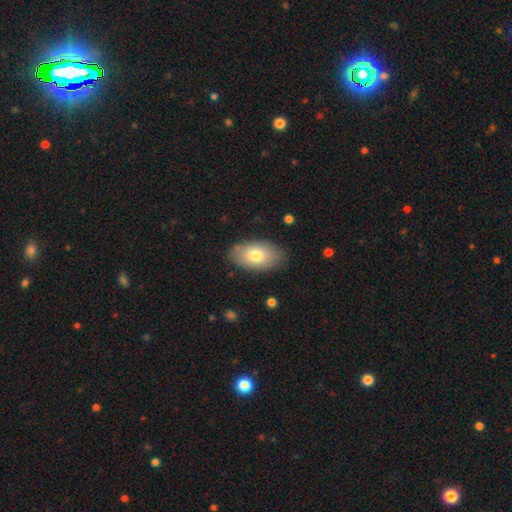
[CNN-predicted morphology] smooth_or_featured: smooth (p=0.77) [alt: featured or disk p=0.17]
how_rounded: in between (p=0.93) [alt: round p=0.05]
merging: none (p=0.84) [alt: minor disturbance p=0.12]